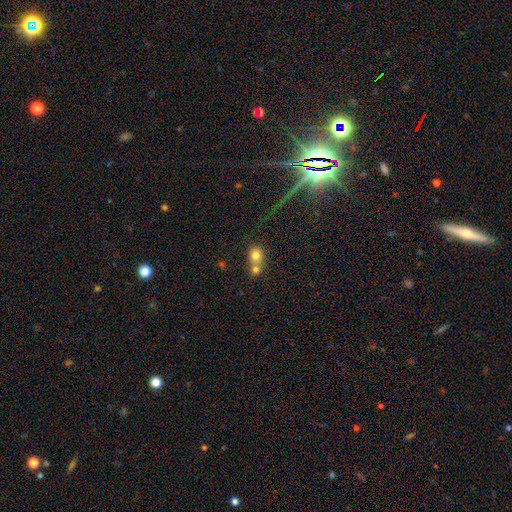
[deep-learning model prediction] This appears to be a smooth galaxy with no disk features (76%) that is round (68%). Merging: merger (56%).